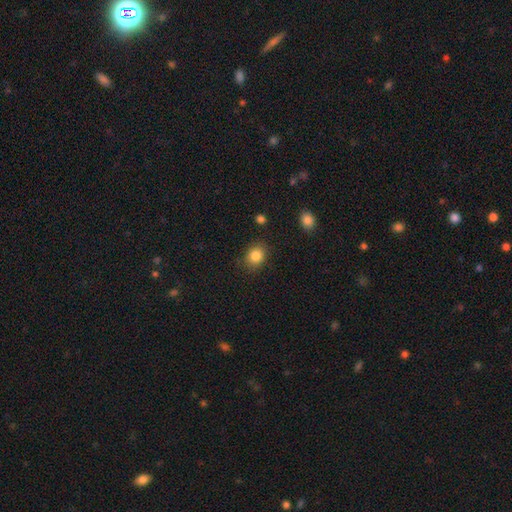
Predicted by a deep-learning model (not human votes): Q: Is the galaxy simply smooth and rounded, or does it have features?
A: smooth — 84%.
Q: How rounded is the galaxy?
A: round — 56%.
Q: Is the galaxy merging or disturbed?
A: none — 84%.